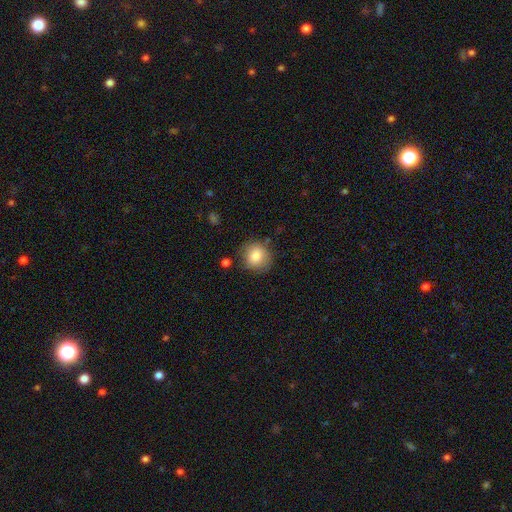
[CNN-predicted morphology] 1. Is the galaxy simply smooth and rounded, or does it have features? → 83% smooth, 9% featured or disk, 9% star or artifact.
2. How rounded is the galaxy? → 86% round, 13% in between, 1% cigar-shaped.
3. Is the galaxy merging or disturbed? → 78% none, 15% minor disturbance, 4% major disturbance, 3% merger.